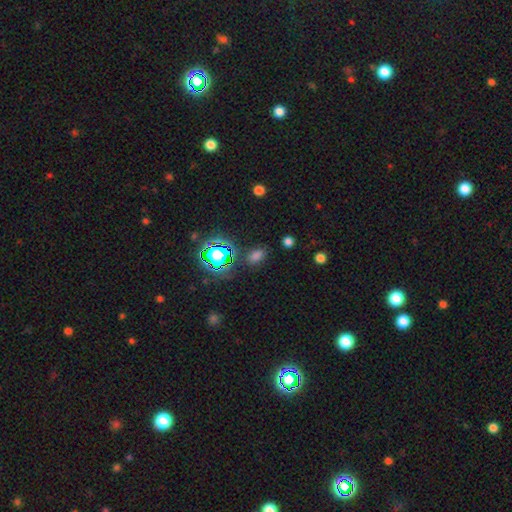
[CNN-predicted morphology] Overall: smooth (63%; star or artifact 31%). How rounded: in between (81%). Merging: none (80%).